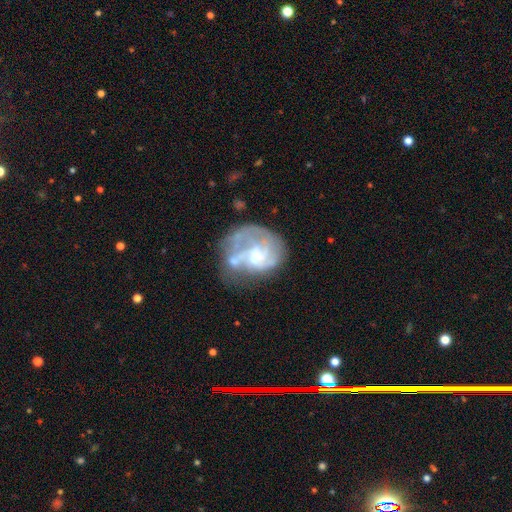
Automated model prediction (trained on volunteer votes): Morphology: type=featured or disk (72%); edge-on=no (98%); bar=no (67%); spiral arms=yes (72%); winding=tight (40%); arm count=can't tell (36%); bulge=small (32%); merging=none (37%).